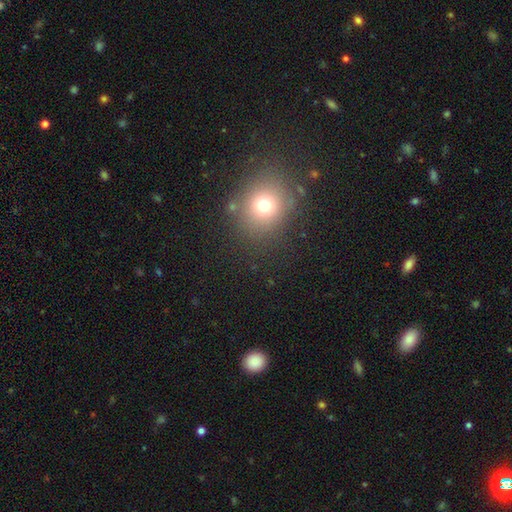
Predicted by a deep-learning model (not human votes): Smooth or featured? smooth (62%)
How rounded? round (79%)
Merging? none (88%)